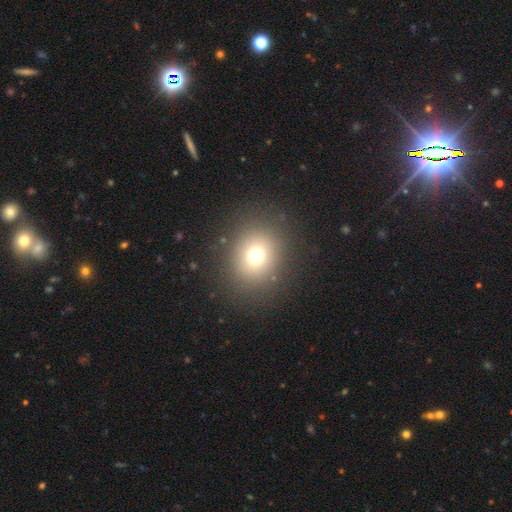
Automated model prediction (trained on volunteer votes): Morphology: type=smooth (72%); roundness=round (80%); merging=none (87%).